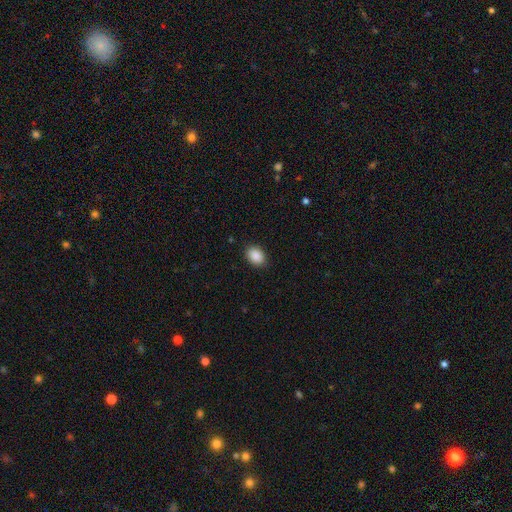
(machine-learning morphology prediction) This is clearly a smooth galaxy (90%). How rounded: likely in between (76%). Merging: clearly none (88%).